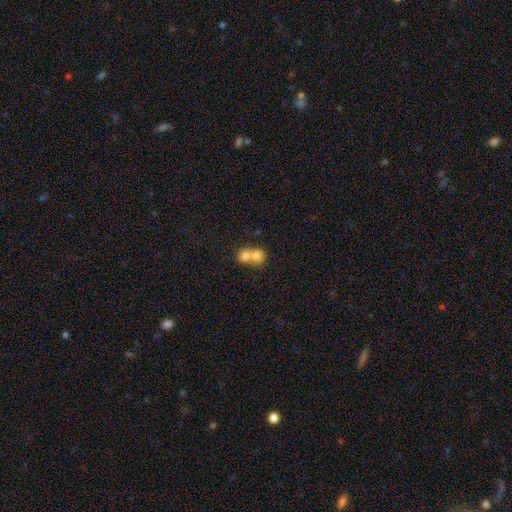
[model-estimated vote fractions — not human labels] Q: Smooth or featured?
A: smooth (76%); runner-up: featured or disk (15%)
Q: How rounded?
A: round (74%); runner-up: in between (25%)
Q: Merging?
A: merger (71%); runner-up: none (22%)